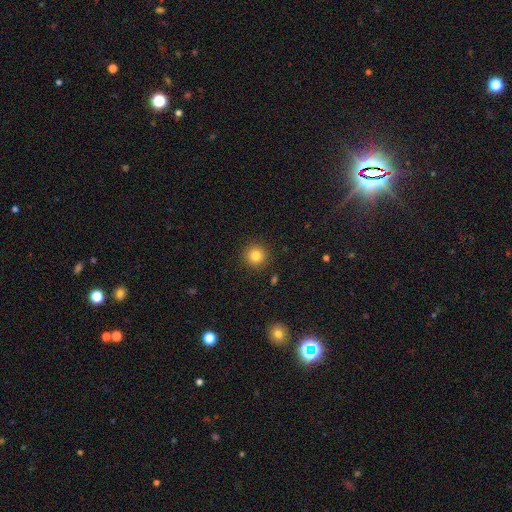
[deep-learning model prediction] Q: Smooth or featured?
A: smooth (83%); runner-up: star or artifact (11%)
Q: How rounded?
A: round (95%); runner-up: in between (4%)
Q: Merging?
A: none (91%); runner-up: minor disturbance (5%)